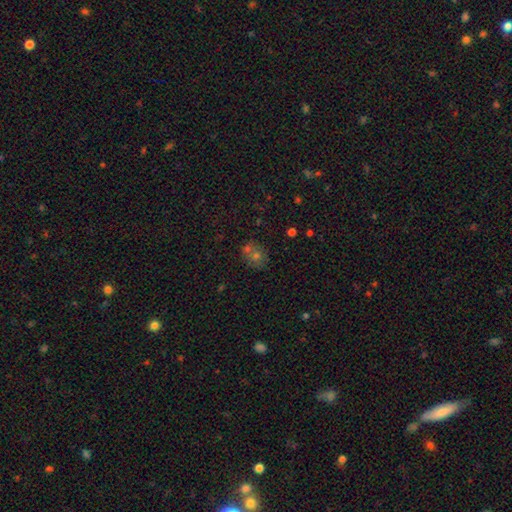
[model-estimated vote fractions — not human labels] Overall: smooth (59%; star or artifact 24%). How rounded: round (72%). Merging: none (55%; merger 31%).